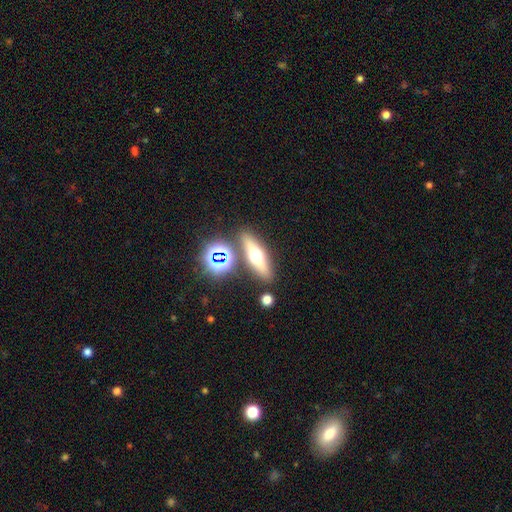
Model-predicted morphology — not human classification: A featured or disk galaxy (51%) viewed edge-on (88%). Merging: none (83%).